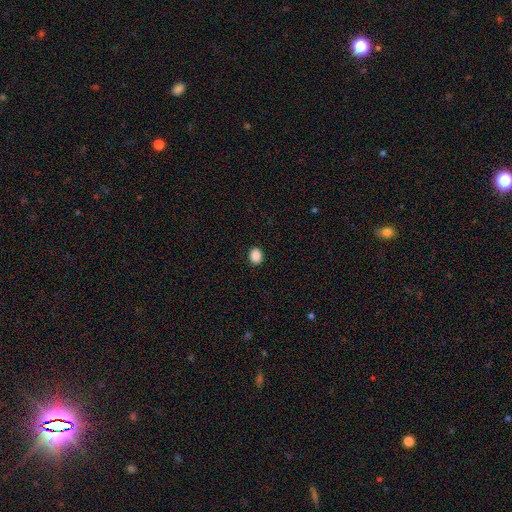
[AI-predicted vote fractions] Overall: smooth (89%). How rounded: round (54%; in between 45%). Merging: none (91%).